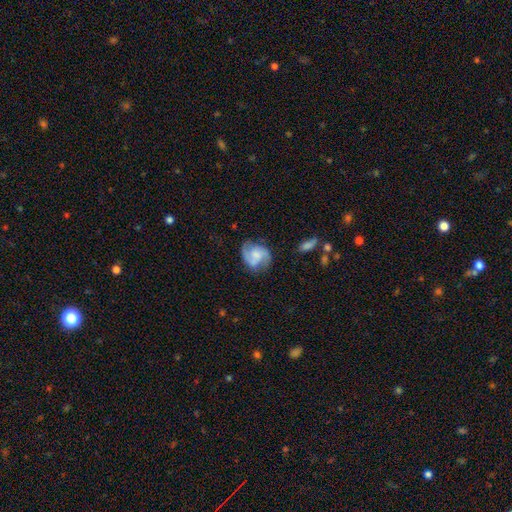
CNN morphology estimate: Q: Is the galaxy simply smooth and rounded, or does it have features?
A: featured or disk — 71%.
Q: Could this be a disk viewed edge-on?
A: no — 97%.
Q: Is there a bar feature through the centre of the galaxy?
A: no — 55%.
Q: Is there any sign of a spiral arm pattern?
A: yes — 93%.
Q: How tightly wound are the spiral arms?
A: medium — 50%.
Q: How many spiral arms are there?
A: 2 — 79%.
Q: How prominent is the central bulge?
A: moderate — 33%.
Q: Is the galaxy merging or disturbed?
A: none — 69%.